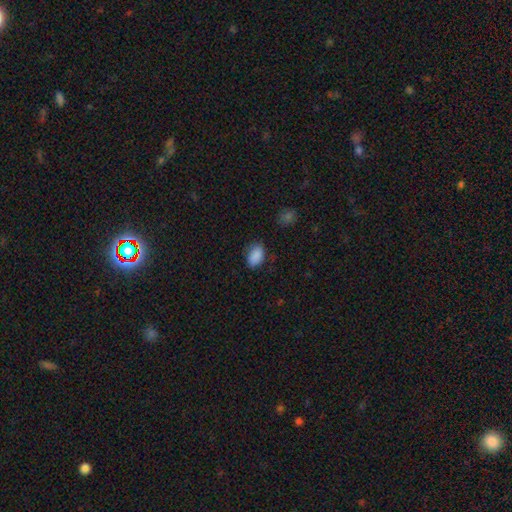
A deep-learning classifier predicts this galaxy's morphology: smooth 88%, star or artifact 8%, featured or disk 4%. Down the decision tree: how rounded — in between (88%); merging — none (75%).